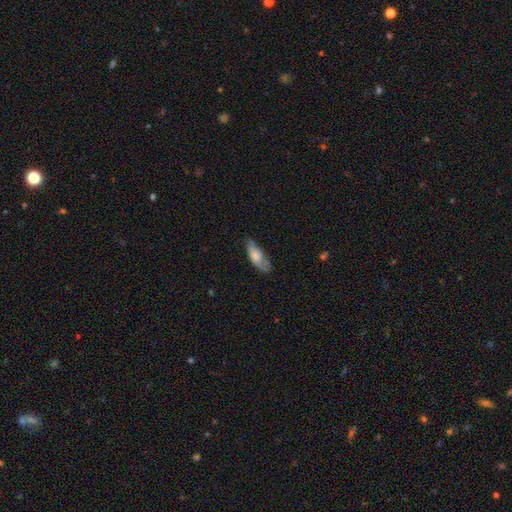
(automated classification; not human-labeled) A smooth galaxy with no disk features (66%) that is in between round and cigar-shaped (73%).

Vote fractions:
- Smooth or featured? smooth: 66% / featured or disk: 28% / star or artifact: 6%
- How rounded? in between: 73% / cigar-shaped: 25% / round: 2%
- Merging? none: 54% / minor disturbance: 32% / major disturbance: 12% / merger: 2%